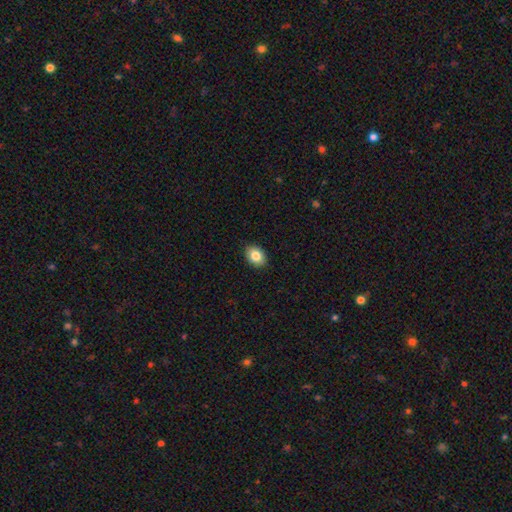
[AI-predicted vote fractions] Smooth or featured? smooth (84%)
How rounded? in between (73%)
Merging? none (90%)